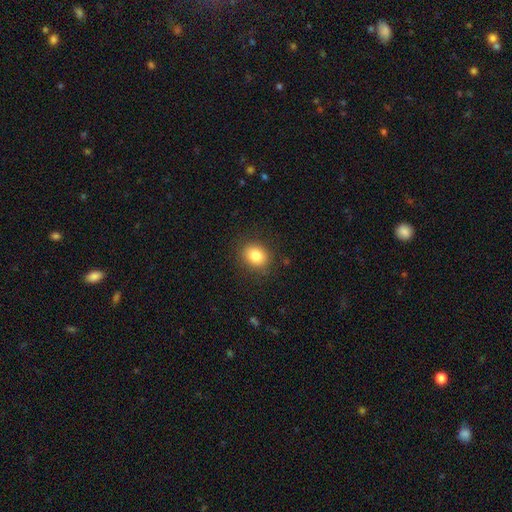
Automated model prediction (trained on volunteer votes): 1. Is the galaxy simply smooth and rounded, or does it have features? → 83% smooth, 10% star or artifact, 7% featured or disk.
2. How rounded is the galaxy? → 59% round, 40% in between, 1% cigar-shaped.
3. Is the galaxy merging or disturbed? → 87% none, 9% minor disturbance, 3% major disturbance, 1% merger.